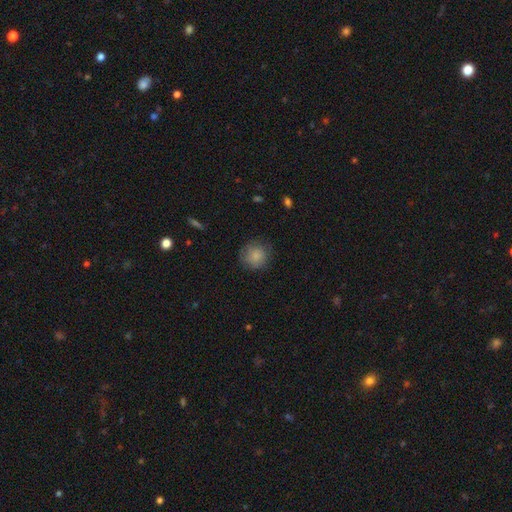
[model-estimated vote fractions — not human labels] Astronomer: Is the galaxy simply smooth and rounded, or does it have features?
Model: smooth — 81%.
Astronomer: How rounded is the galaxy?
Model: round — 90%.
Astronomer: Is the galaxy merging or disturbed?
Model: none — 78%.